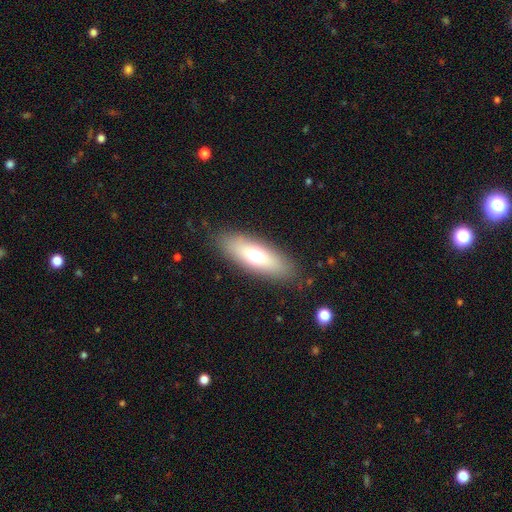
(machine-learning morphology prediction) type=smooth (64%); roundness=in between (69%); merging=none (85%).